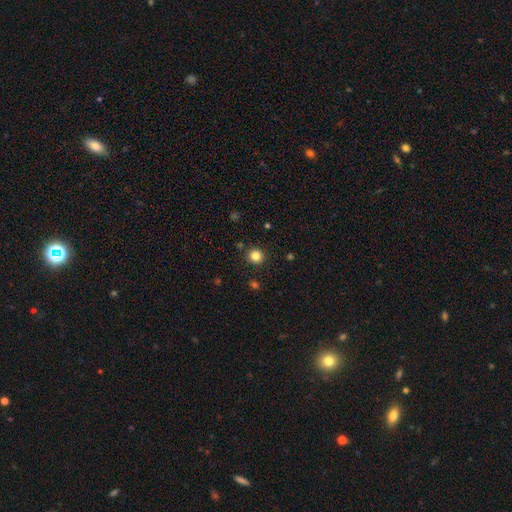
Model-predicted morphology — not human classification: Q: Smooth or featured?
A: smooth (83%); runner-up: star or artifact (13%)
Q: How rounded?
A: round (93%); runner-up: in between (6%)
Q: Merging?
A: none (91%); runner-up: minor disturbance (6%)